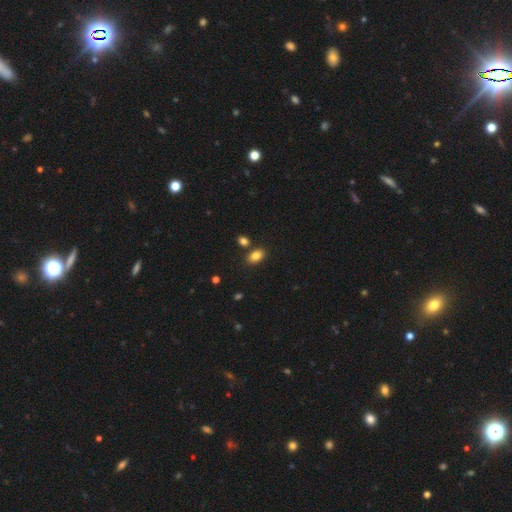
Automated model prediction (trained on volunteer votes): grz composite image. It shows a smooth galaxy with no disk features (85%) that is in between round and cigar-shaped (87%). Merging: none (77%).